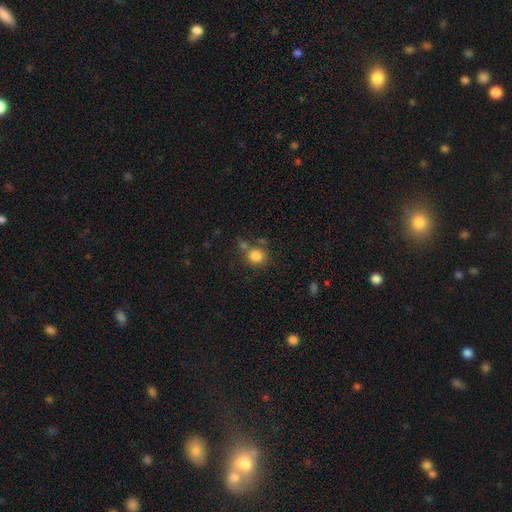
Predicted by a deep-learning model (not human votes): A smooth galaxy with no disk features (82%) that is round (88%). Merging: none (67%).